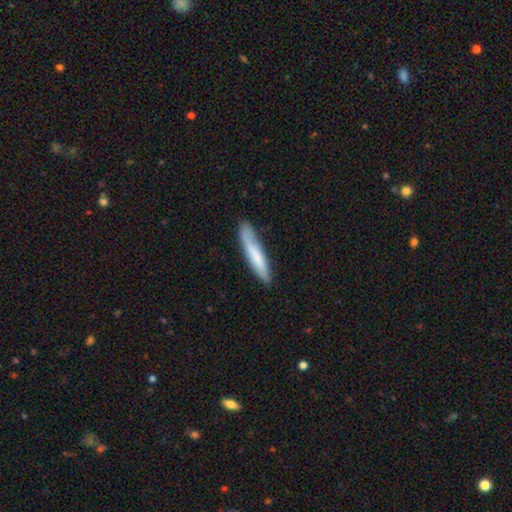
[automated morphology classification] This appears to be a smooth galaxy with no disk features (71%) that is cigar-shaped (90%). Merging: none (75%).